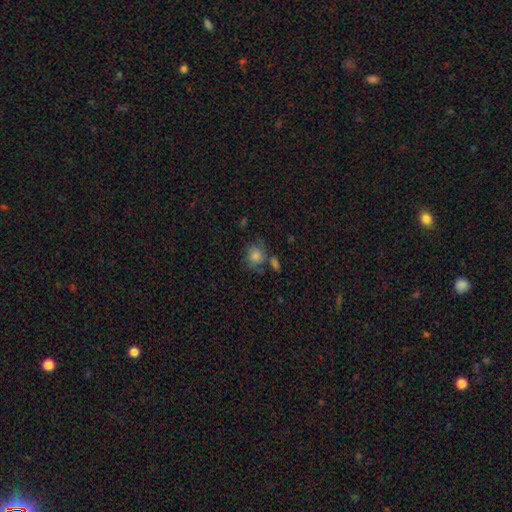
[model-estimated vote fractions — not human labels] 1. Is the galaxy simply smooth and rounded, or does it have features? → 66% smooth, 20% featured or disk, 14% star or artifact.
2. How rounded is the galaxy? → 70% round, 29% in between, 1% cigar-shaped.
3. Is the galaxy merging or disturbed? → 57% none, 19% minor disturbance, 15% merger, 9% major disturbance.